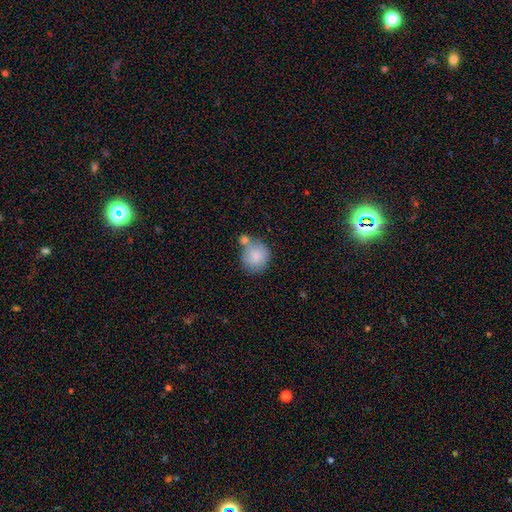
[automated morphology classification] type=smooth (81%); roundness=round (84%); merging=none (54%).